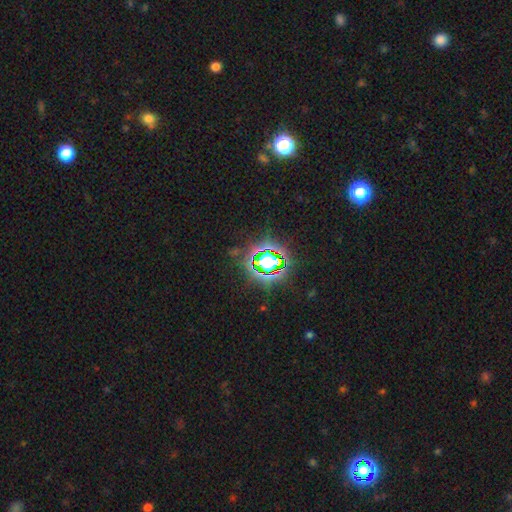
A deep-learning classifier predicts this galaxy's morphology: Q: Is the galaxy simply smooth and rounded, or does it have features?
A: star or artifact — 80%.